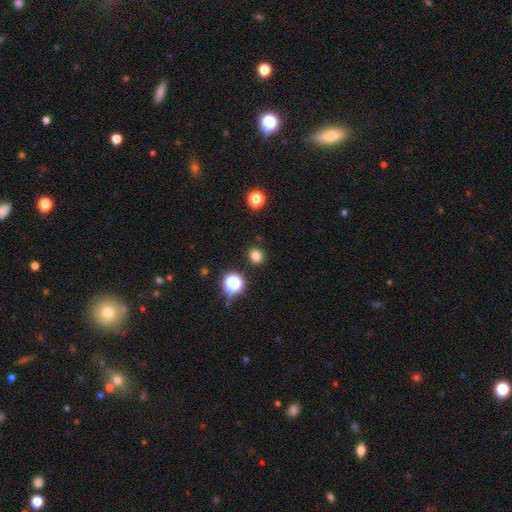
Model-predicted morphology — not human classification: Overall: smooth (79%). How rounded: round (71%). Merging: none (88%).